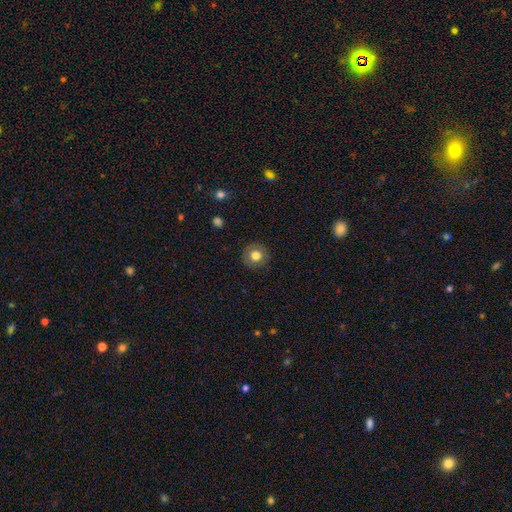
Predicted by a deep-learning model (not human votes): Smooth or featured: smooth — 78% (featured or disk — 12%)
How rounded: round — 91% (in between — 8%)
Merging: none — 88% (minor disturbance — 8%)